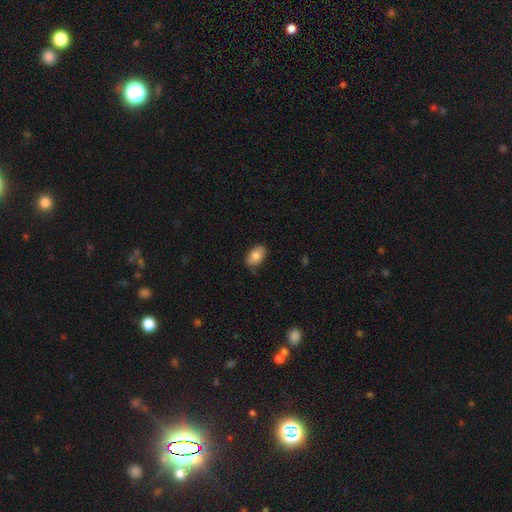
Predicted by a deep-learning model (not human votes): A smooth galaxy with no disk features (82%) that is in between round and cigar-shaped (92%).

Vote fractions:
- Smooth or featured? smooth: 82% / featured or disk: 11% / star or artifact: 7%
- How rounded? in between: 92% / round: 7% / cigar-shaped: 2%
- Merging? none: 85% / minor disturbance: 12% / major disturbance: 2% / merger: 1%